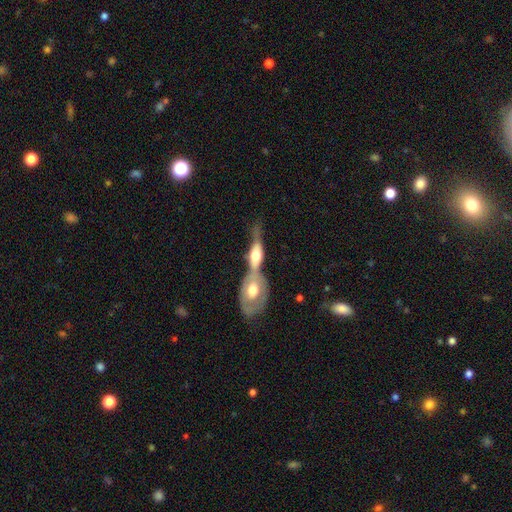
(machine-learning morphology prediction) featured or disk 62%, smooth 33%, star or artifact 6%. Down the decision tree: edge-on disk — yes (69%); merging — merger (64%).